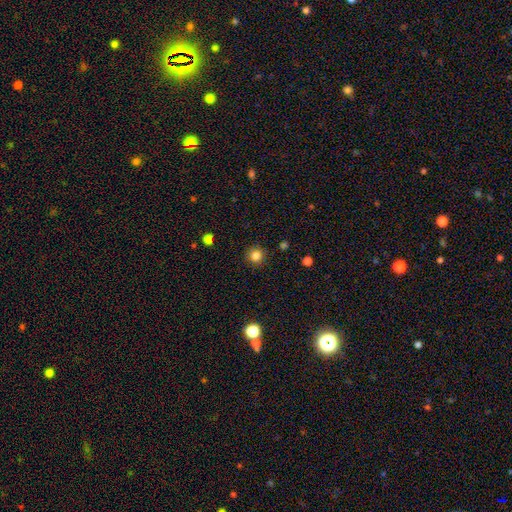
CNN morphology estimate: Smooth or featured?
  - smooth: 83% *
  - star or artifact: 12%
  - featured or disk: 5%
How rounded?
  - round: 94% *
  - in between: 5%
  - cigar-shaped: 1%
Merging?
  - none: 90% *
  - minor disturbance: 6%
  - major disturbance: 2%
  - merger: 1%